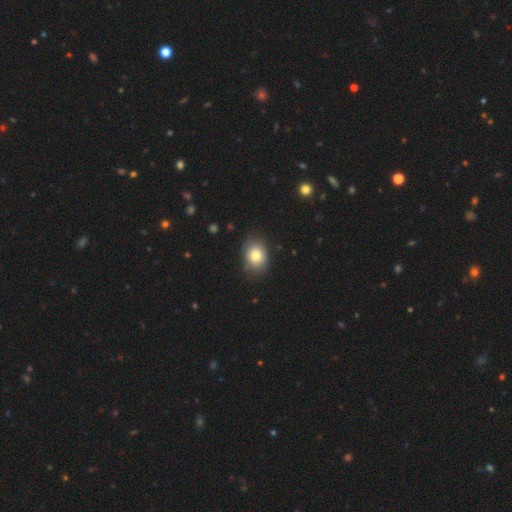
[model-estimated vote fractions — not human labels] Q: Smooth or featured?
A: smooth (80%); runner-up: featured or disk (11%)
Q: How rounded?
A: in between (58%); runner-up: round (41%)
Q: Merging?
A: none (83%); runner-up: minor disturbance (13%)